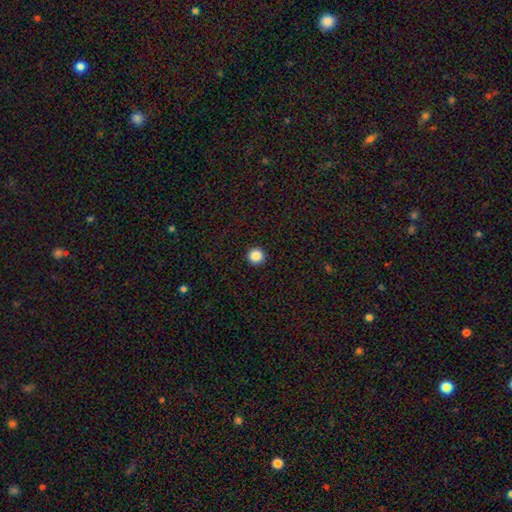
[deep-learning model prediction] Smooth or featured?
  - smooth: 87% *
  - star or artifact: 10%
  - featured or disk: 3%
How rounded?
  - round: 96% *
  - in between: 3%
  - cigar-shaped: 1%
Merging?
  - none: 94% *
  - minor disturbance: 4%
  - major disturbance: 1%
  - merger: 1%